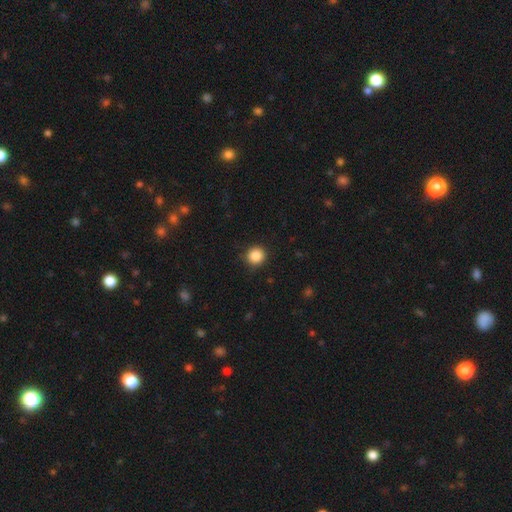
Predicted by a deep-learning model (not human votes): This is clearly a smooth galaxy (87%). How rounded: clearly round (93%). Merging: clearly none (89%).